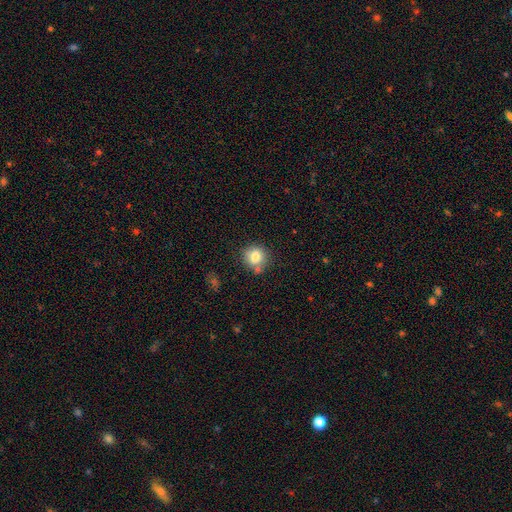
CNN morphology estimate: Smooth or featured?
  - smooth: 80% *
  - star or artifact: 10%
  - featured or disk: 10%
How rounded?
  - round: 82% *
  - in between: 17%
  - cigar-shaped: 1%
Merging?
  - none: 71% *
  - minor disturbance: 17%
  - merger: 9%
  - major disturbance: 4%